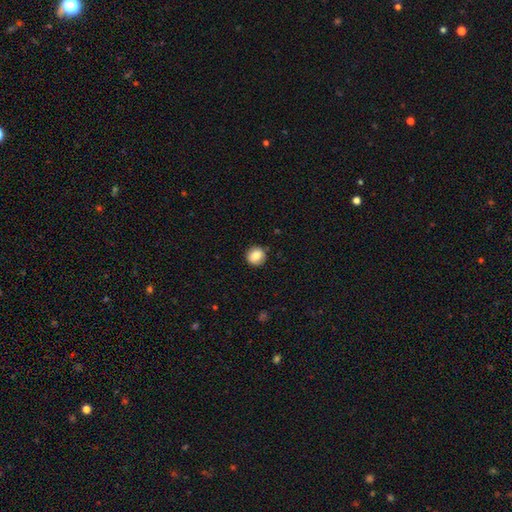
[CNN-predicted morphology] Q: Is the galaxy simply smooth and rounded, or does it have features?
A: smooth — 85%.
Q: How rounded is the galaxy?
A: round — 88%.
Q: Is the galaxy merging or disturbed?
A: none — 88%.